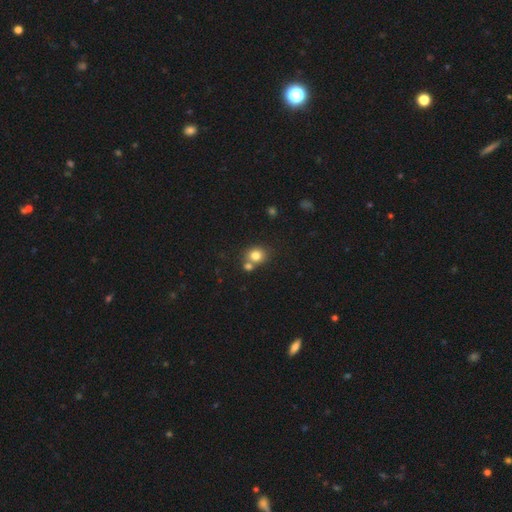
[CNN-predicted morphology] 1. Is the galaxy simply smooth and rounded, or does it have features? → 80% smooth, 12% star or artifact, 9% featured or disk.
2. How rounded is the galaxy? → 74% round, 25% in between, 1% cigar-shaped.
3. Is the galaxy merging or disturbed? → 56% none, 32% merger, 9% minor disturbance, 3% major disturbance.